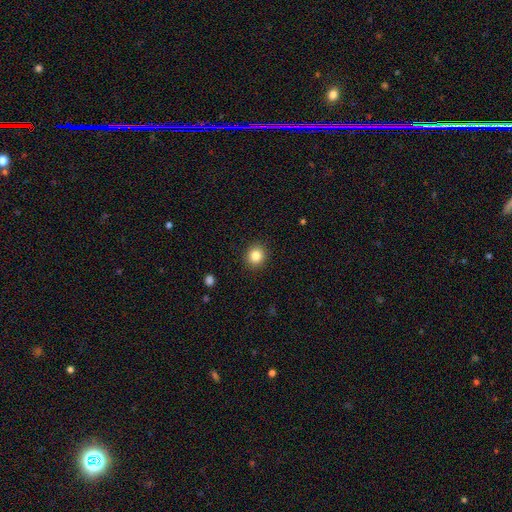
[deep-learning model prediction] Smooth or featured: smooth — 84% (star or artifact — 11%)
How rounded: round — 89% (in between — 11%)
Merging: none — 91% (minor disturbance — 6%)